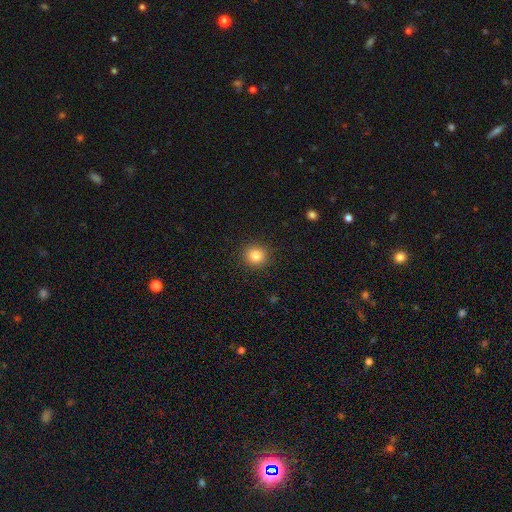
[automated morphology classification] Q: Smooth or featured?
A: smooth (83%); runner-up: star or artifact (11%)
Q: How rounded?
A: round (90%); runner-up: in between (10%)
Q: Merging?
A: none (91%); runner-up: minor disturbance (6%)